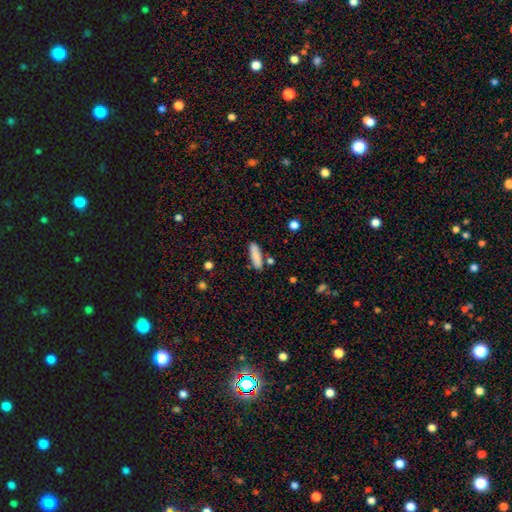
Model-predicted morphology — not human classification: Q: Smooth or featured?
A: smooth (86%); runner-up: featured or disk (7%)
Q: How rounded?
A: cigar-shaped (58%); runner-up: in between (40%)
Q: Merging?
A: none (81%); runner-up: minor disturbance (11%)